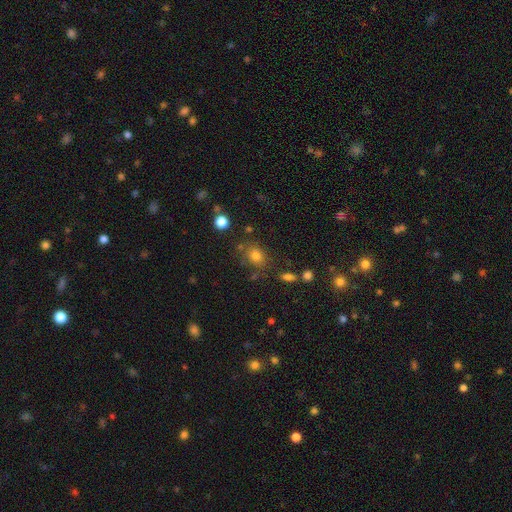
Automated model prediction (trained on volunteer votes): Q: Smooth or featured?
A: smooth (77%); runner-up: star or artifact (14%)
Q: How rounded?
A: in between (52%); runner-up: round (47%)
Q: Merging?
A: none (75%); runner-up: minor disturbance (14%)